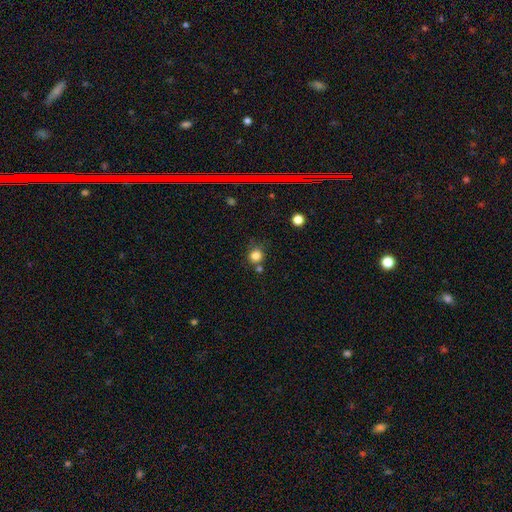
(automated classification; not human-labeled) Smooth or featured? smooth (81%)
How rounded? round (88%)
Merging? none (71%)